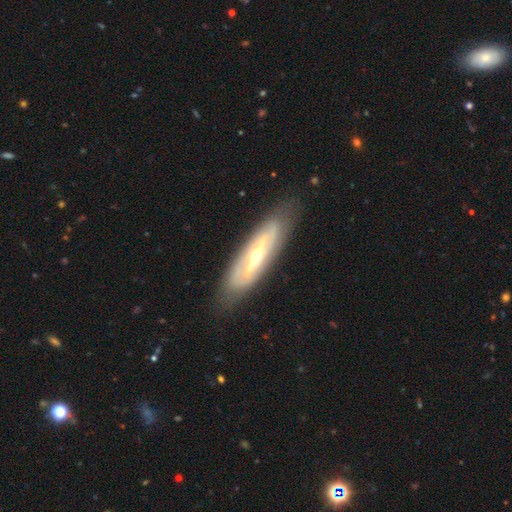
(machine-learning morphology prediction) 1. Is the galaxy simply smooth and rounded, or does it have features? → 74% featured or disk, 21% smooth, 5% star or artifact.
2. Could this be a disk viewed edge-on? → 72% no, 28% yes.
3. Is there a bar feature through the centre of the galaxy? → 44% no, 29% weak, 27% strong.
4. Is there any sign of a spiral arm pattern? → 56% yes, 44% no.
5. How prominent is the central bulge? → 61% moderate, 33% small, 4% large, 1% dominant, 1% none.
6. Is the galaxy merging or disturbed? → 79% none, 15% minor disturbance, 5% major disturbance, 1% merger.